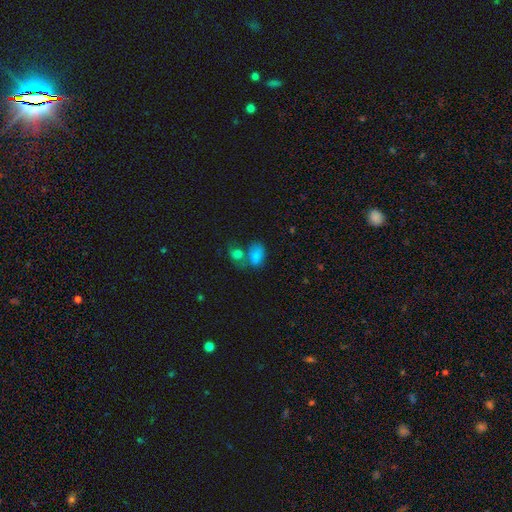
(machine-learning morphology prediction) smooth_or_featured: smooth (p=0.79) [alt: star or artifact p=0.12]
how_rounded: in between (p=0.85) [alt: round p=0.13]
merging: merger (p=0.47) [alt: none p=0.31]